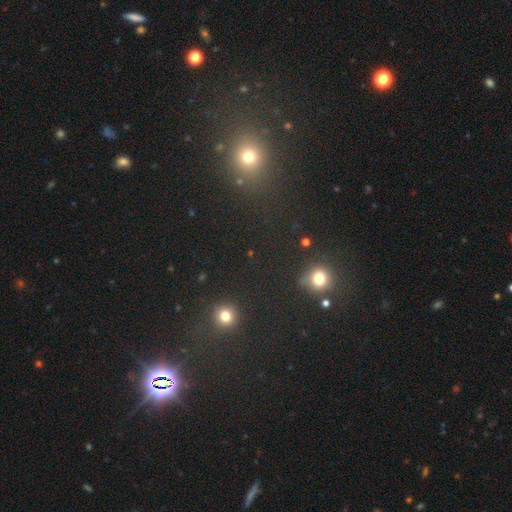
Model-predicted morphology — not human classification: Overall: star or artifact (52%; smooth 42%).